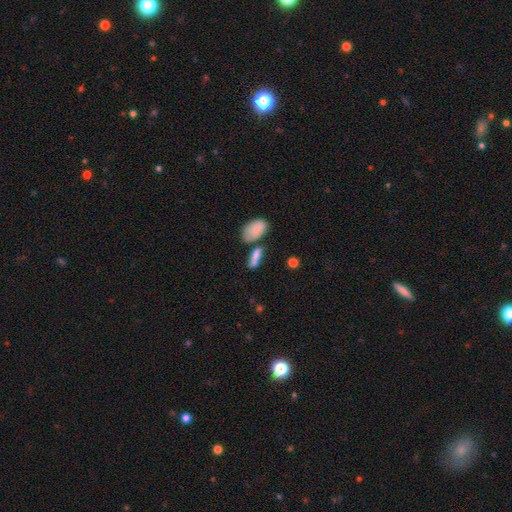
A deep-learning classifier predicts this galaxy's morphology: Smooth or featured? Predicted: smooth (p=0.75). How rounded? Predicted: in between (p=0.66). Merging? Predicted: none (p=0.49).